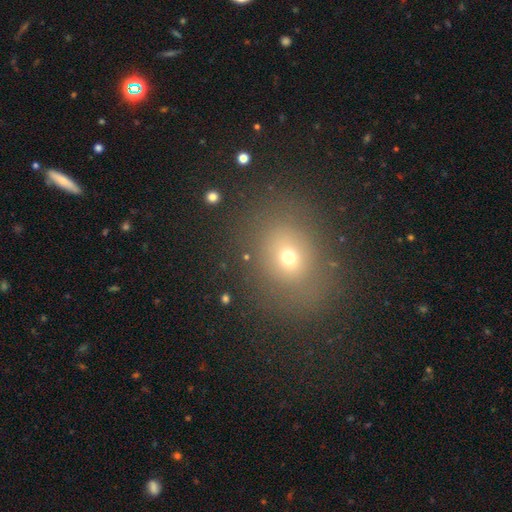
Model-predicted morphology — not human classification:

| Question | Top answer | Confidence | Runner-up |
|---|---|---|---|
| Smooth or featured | smooth | 64% | star or artifact (25%) |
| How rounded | round | 53% | in between (46%) |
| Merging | none | 86% | minor disturbance (8%) |